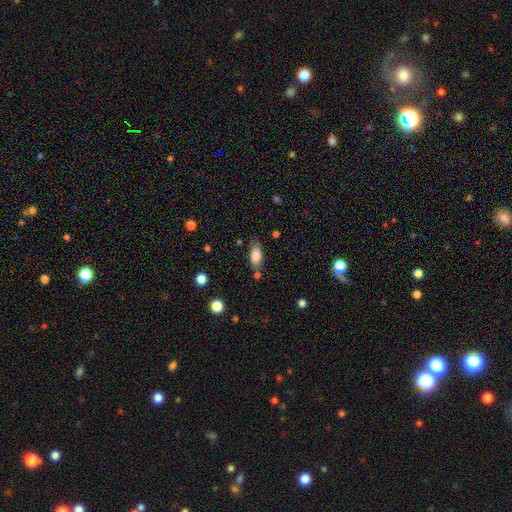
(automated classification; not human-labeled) Overall: smooth (81%). How rounded: in between (85%). Merging: none (68%).